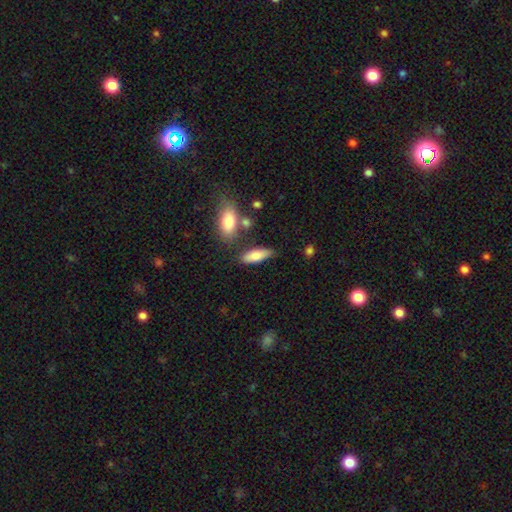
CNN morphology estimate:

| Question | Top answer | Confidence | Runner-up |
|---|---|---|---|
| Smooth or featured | smooth | 80% | featured or disk (13%) |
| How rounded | in between | 64% | cigar-shaped (34%) |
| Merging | none | 65% | minor disturbance (20%) |